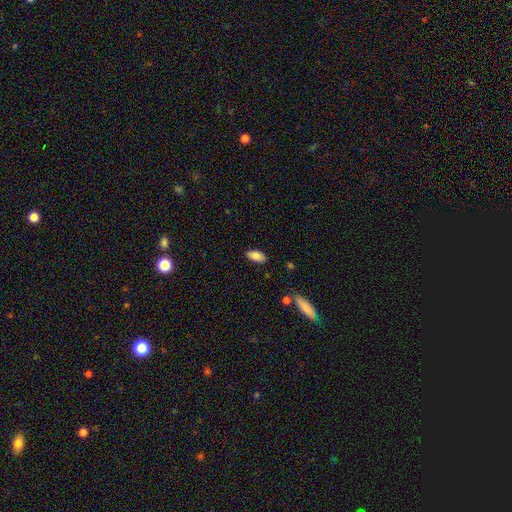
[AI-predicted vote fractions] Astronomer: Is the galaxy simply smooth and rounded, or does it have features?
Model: smooth — 83%.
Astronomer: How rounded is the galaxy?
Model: in between — 90%.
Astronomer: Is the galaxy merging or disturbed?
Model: none — 86%.